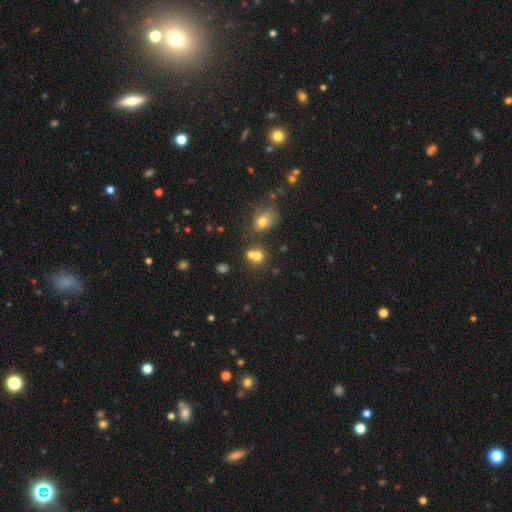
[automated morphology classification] Smooth or featured? smooth (71%)
How rounded? round (70%)
Merging? merger (51%)